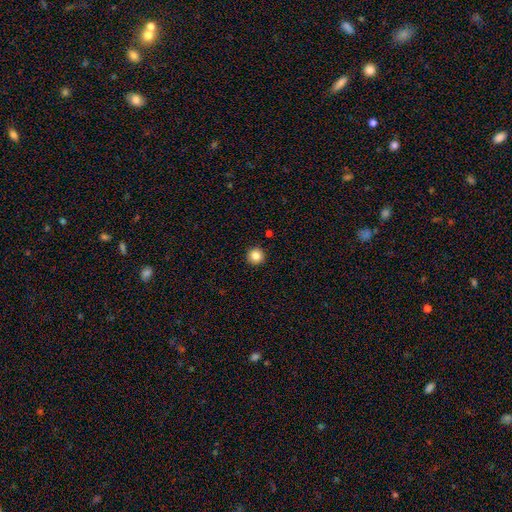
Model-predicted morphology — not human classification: This appears to be a smooth galaxy with no disk features (84%) that is round (96%). Merging: none (93%).